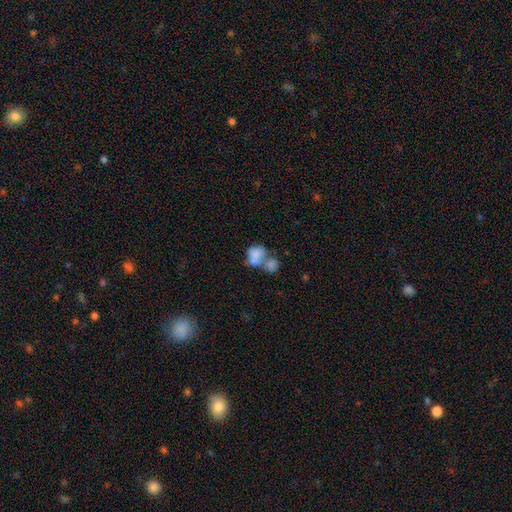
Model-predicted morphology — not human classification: A smooth galaxy with no disk features (69%) that is in between round and cigar-shaped (59%).

Vote fractions:
- Smooth or featured? smooth: 69% / featured or disk: 22% / star or artifact: 9%
- How rounded? in between: 59% / round: 40% / cigar-shaped: 1%
- Merging? merger: 67% / none: 17% / minor disturbance: 8% / major disturbance: 8%